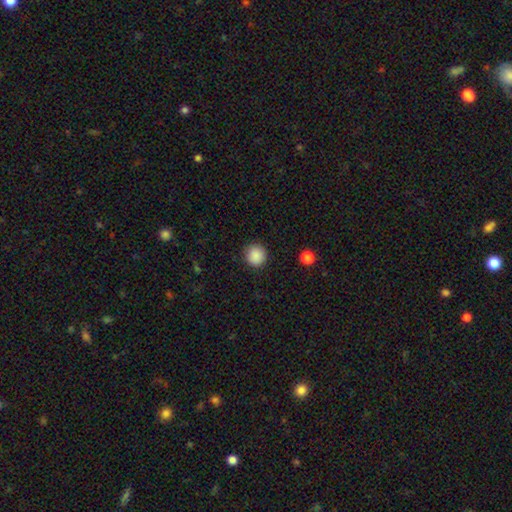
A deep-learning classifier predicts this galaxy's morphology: smooth 88%, star or artifact 9%, featured or disk 3%. Down the decision tree: how rounded — round (93%); merging — none (91%).